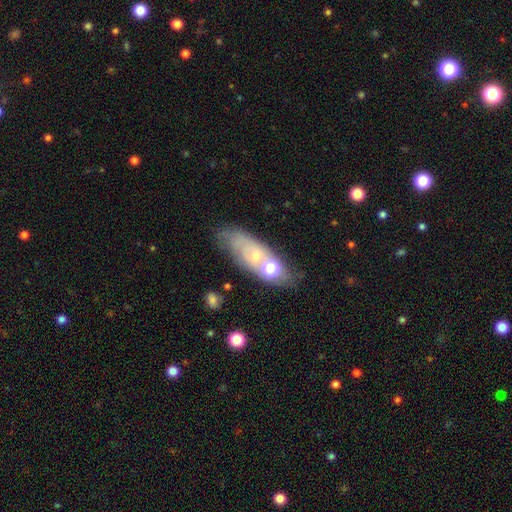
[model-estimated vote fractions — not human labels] A featured or disk galaxy (47%).

Vote fractions:
- Smooth or featured? featured or disk: 47% / smooth: 41% / star or artifact: 12%
- Merging? none: 53% / minor disturbance: 19% / merger: 18% / major disturbance: 9%